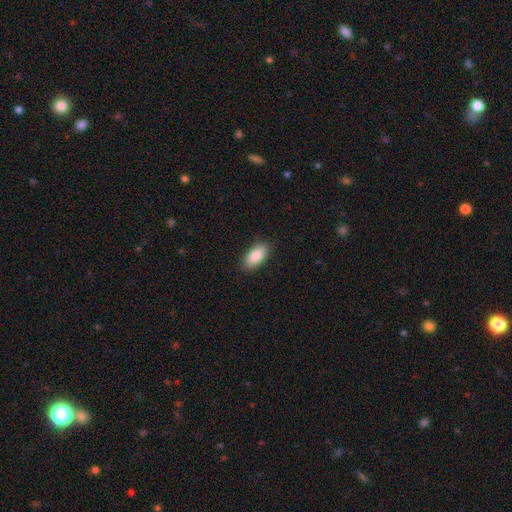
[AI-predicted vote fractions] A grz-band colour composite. It shows a smooth galaxy with no disk features (88%) that is in between round and cigar-shaped (91%). Merging: none (87%).